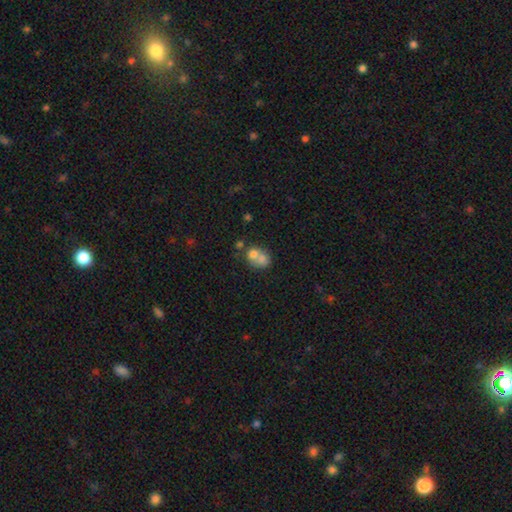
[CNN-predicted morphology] A smooth galaxy with no disk features (69%) that is round (56%). Merging: merger (62%).